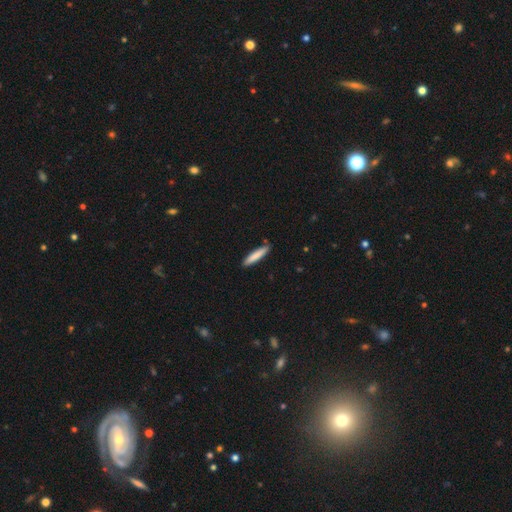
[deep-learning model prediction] This appears to be a smooth galaxy with no disk features (81%) that is cigar-shaped (89%). Merging: none (88%).